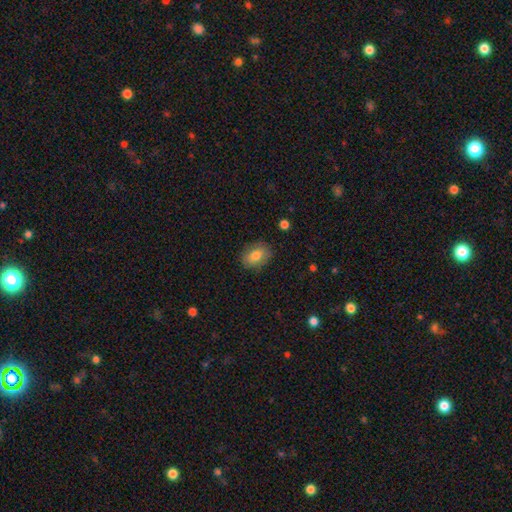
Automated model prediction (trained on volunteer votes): Smooth or featured: smooth — 80% (featured or disk — 12%)
How rounded: in between — 72% (round — 27%)
Merging: none — 84% (minor disturbance — 12%)